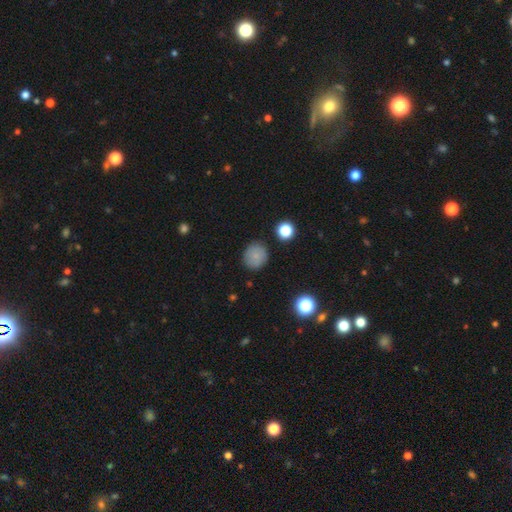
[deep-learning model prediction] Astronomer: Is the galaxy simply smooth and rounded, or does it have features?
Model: smooth — 80%.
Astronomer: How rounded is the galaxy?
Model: round — 86%.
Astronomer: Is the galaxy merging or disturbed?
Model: none — 86%.